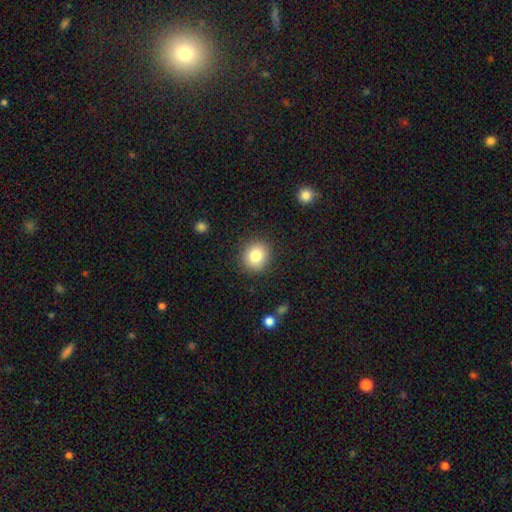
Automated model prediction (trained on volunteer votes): A smooth galaxy with no disk features (82%) that is round (85%).

Vote fractions:
- Smooth or featured? smooth: 82% / star or artifact: 10% / featured or disk: 8%
- How rounded? round: 85% / in between: 14% / cigar-shaped: 1%
- Merging? none: 89% / minor disturbance: 8% / major disturbance: 2% / merger: 1%